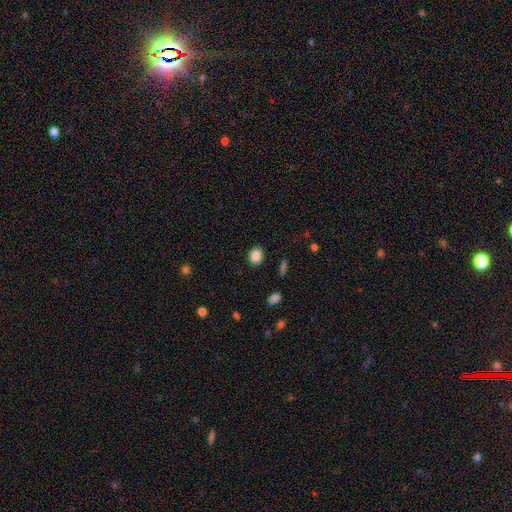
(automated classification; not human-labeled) A smooth galaxy with no disk features (87%) that is in between round and cigar-shaped (53%).

Vote fractions:
- Smooth or featured? smooth: 87% / star or artifact: 9% / featured or disk: 4%
- How rounded? in between: 53% / round: 45% / cigar-shaped: 1%
- Merging? none: 88% / minor disturbance: 8% / major disturbance: 3% / merger: 1%